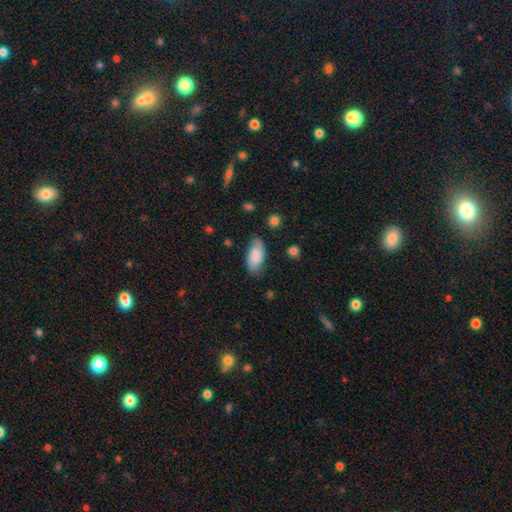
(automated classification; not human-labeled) A smooth galaxy with no disk features (73%) that is in between round and cigar-shaped (91%).

Vote fractions:
- Smooth or featured? smooth: 73% / featured or disk: 21% / star or artifact: 7%
- How rounded? in between: 91% / cigar-shaped: 7% / round: 3%
- Merging? none: 73% / minor disturbance: 20% / major disturbance: 4% / merger: 2%